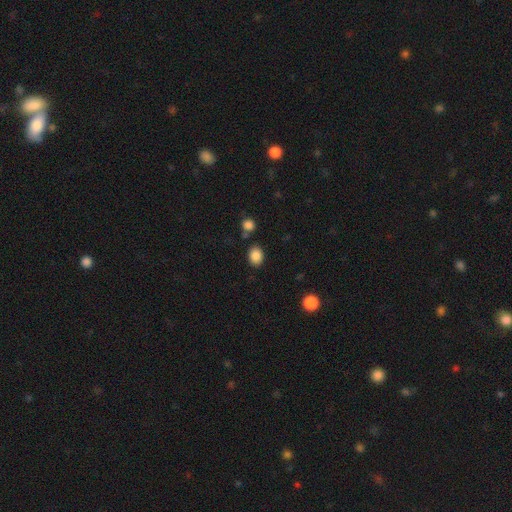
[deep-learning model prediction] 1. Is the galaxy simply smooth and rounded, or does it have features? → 86% smooth, 9% star or artifact, 4% featured or disk.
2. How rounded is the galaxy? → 61% in between, 38% round, 1% cigar-shaped.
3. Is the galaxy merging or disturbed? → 79% none, 11% minor disturbance, 7% merger, 3% major disturbance.